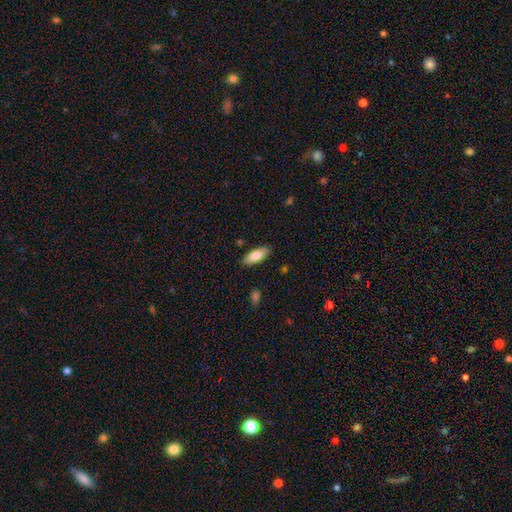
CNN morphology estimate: This appears to be a smooth galaxy with no disk features (78%) that is in between round and cigar-shaped (76%). Merging: none (87%).